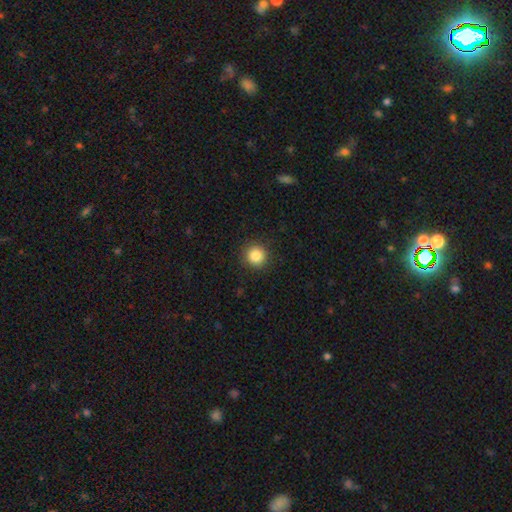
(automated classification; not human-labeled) Overall: smooth (86%). How rounded: round (95%). Merging: none (91%).